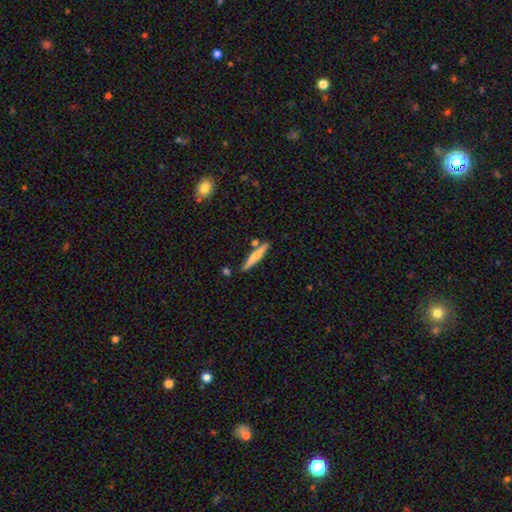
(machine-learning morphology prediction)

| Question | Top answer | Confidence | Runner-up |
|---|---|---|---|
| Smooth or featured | smooth | 65% | featured or disk (29%) |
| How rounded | cigar-shaped | 93% | in between (5%) |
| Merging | none | 80% | minor disturbance (11%) |